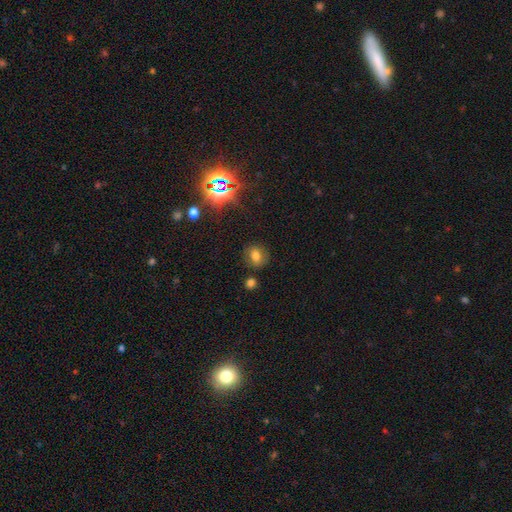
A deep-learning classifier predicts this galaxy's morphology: This appears to be a smooth galaxy with no disk features (69%) that is round (60%). Merging: none (81%).